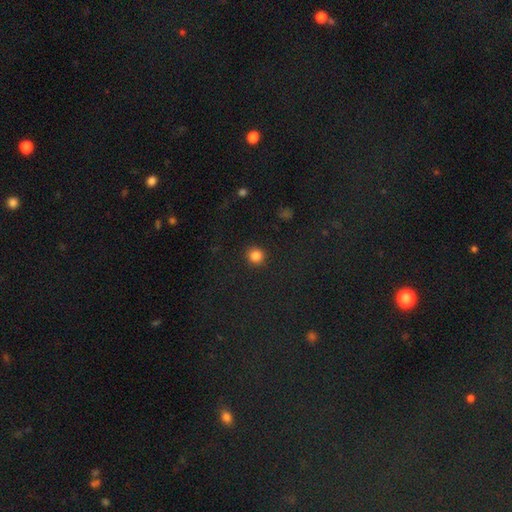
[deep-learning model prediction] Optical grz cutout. It shows a smooth galaxy with no disk features (85%) that is round (92%). Merging: none (91%).